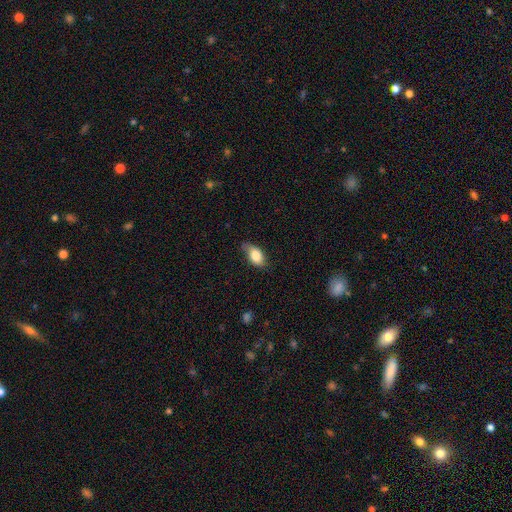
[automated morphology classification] This appears to be a smooth galaxy with no disk features (79%) that is in between round and cigar-shaped (88%). Merging: none (58%).